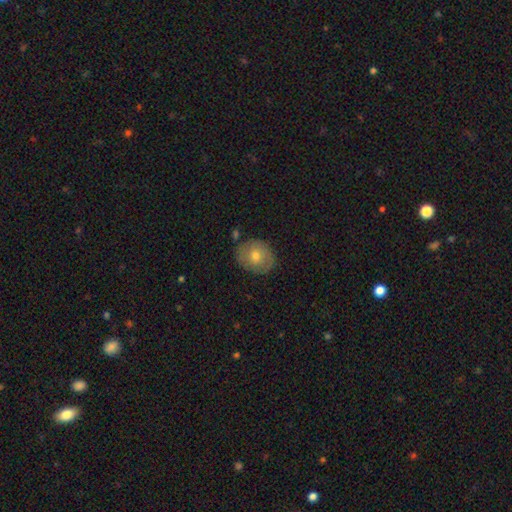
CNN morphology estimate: Smooth or featured? smooth (65%)
How rounded? round (59%)
Merging? none (81%)